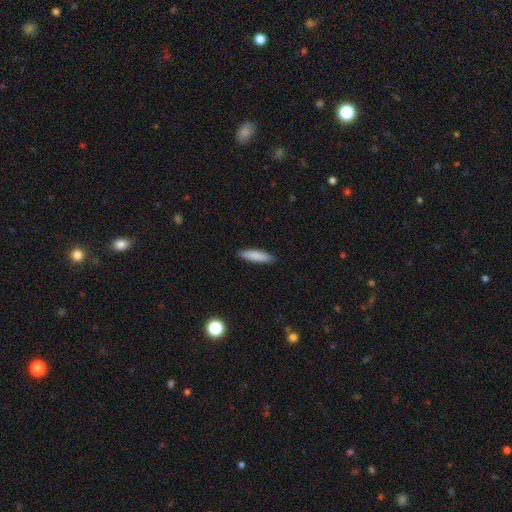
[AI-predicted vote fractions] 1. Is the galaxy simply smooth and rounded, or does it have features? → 86% smooth, 8% featured or disk, 6% star or artifact.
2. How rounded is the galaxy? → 71% cigar-shaped, 28% in between, 1% round.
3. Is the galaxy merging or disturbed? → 89% none, 8% minor disturbance, 2% major disturbance, 1% merger.